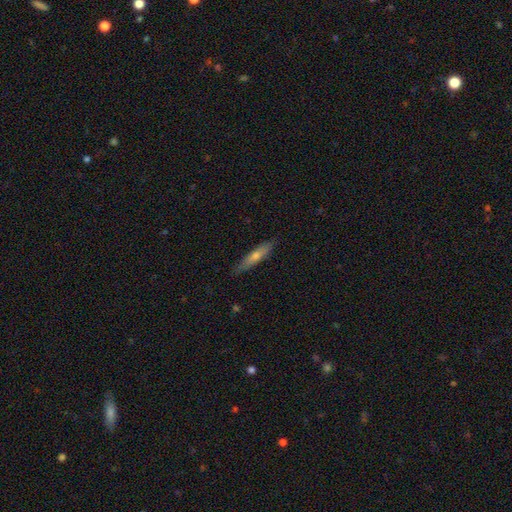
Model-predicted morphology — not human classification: smooth 55%, featured or disk 39%, star or artifact 6%. Down the decision tree: how rounded — cigar-shaped (87%); merging — none (86%).